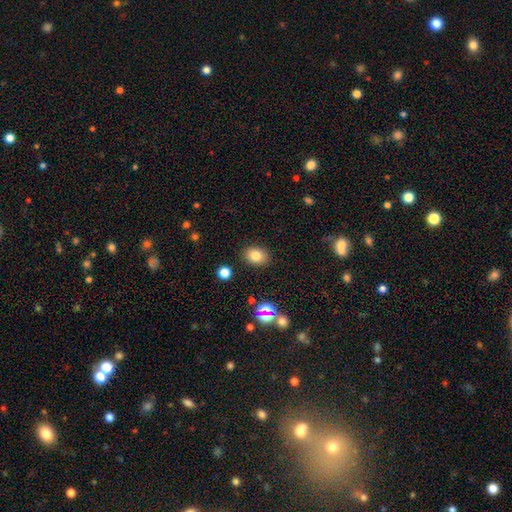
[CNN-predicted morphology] Smooth or featured: smooth — 79% (star or artifact — 13%)
How rounded: in between — 61% (round — 38%)
Merging: none — 87% (minor disturbance — 8%)